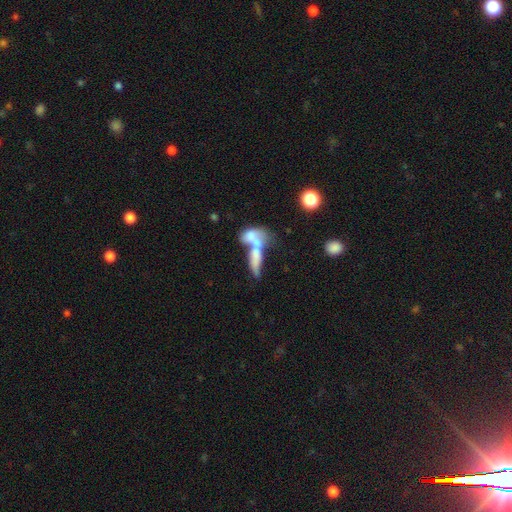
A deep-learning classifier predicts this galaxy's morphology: A smooth galaxy with no disk features (56%) that is in between round and cigar-shaped (64%). Merging: merger (73%).